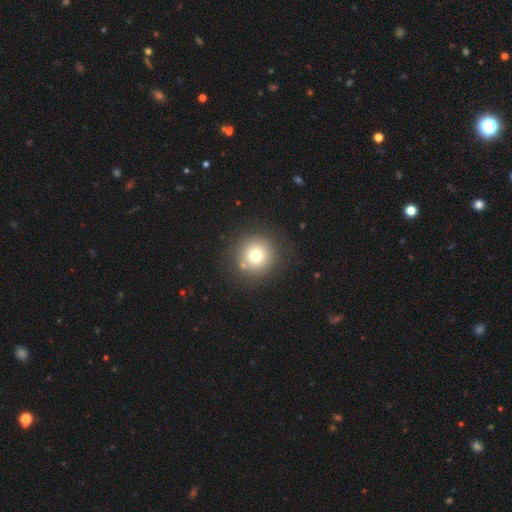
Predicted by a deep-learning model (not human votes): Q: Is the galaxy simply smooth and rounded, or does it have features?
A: smooth — 74%.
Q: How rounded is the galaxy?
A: round — 95%.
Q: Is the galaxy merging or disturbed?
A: none — 84%.